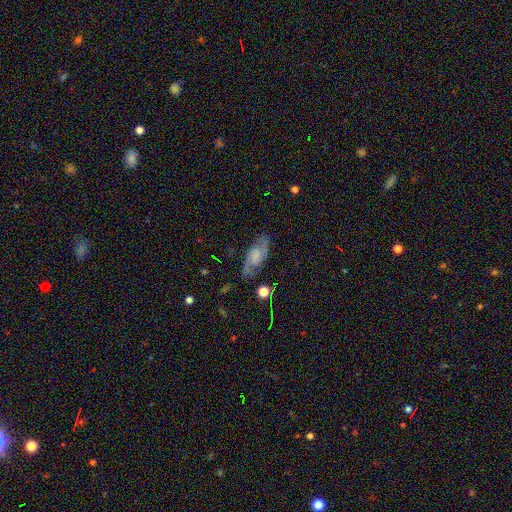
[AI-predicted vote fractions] smooth_or_featured: featured or disk (p=0.65) [alt: smooth p=0.26]
disk_edge_on: no (p=0.90) [alt: yes p=0.10]
bar: no (p=0.49) [alt: weak p=0.42]
has_spiral_arms: yes (p=0.90) [alt: no p=0.10]
spiral_winding: medium (p=0.51) [alt: loose p=0.25]
spiral_arm_count: 2 (p=0.84) [alt: can't tell p=0.09]
bulge_size: small (p=0.35) [alt: none p=0.33]
merging: none (p=0.78) [alt: minor disturbance p=0.15]